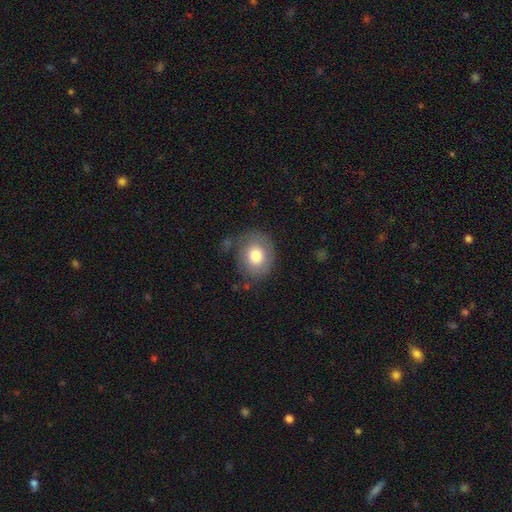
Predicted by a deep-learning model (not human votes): Overall: smooth (77%). How rounded: round (64%; in between 35%). Merging: none (69%).